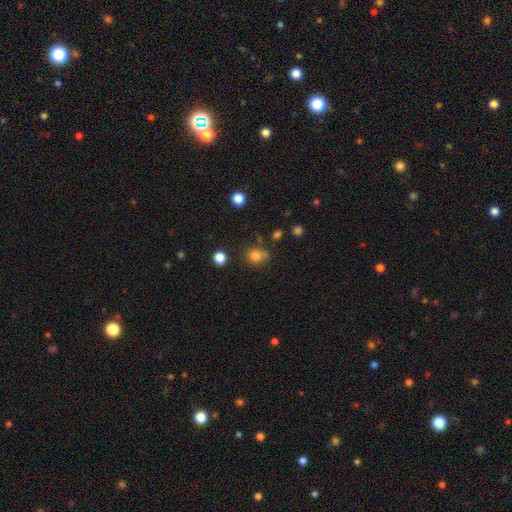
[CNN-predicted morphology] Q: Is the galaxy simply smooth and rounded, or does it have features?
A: smooth — 78%.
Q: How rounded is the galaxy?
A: round — 76%.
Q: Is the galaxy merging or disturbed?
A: none — 65%.